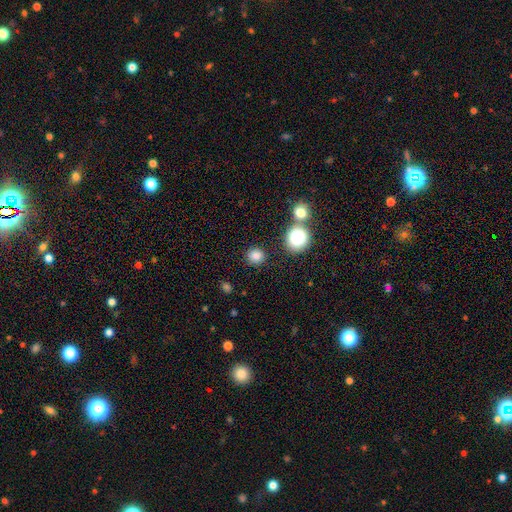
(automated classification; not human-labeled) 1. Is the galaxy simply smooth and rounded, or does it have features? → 82% smooth, 13% star or artifact, 5% featured or disk.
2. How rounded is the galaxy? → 89% round, 10% in between, 1% cigar-shaped.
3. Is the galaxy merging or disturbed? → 86% none, 7% minor disturbance, 4% merger, 3% major disturbance.